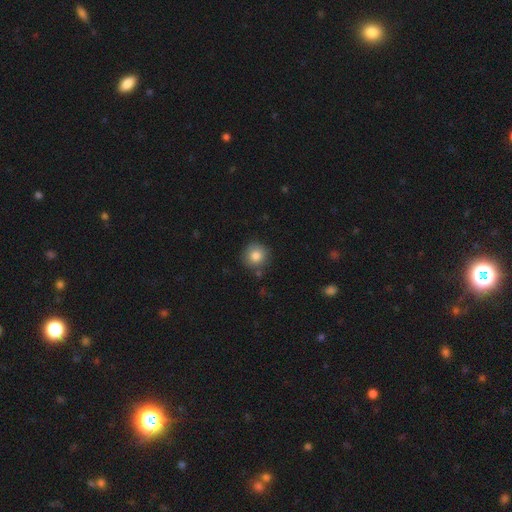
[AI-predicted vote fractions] This appears to be a smooth galaxy with no disk features (83%) that is round (93%). Merging: none (83%).